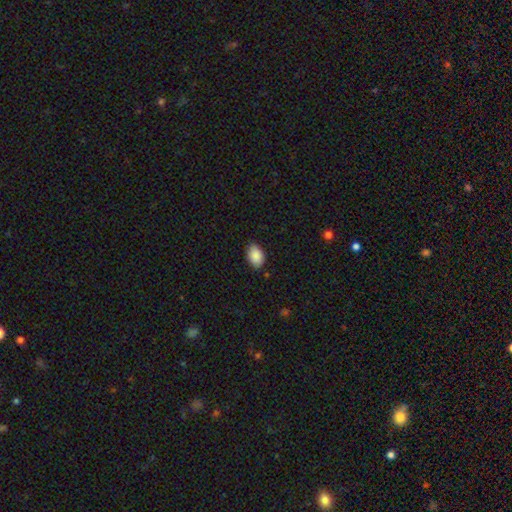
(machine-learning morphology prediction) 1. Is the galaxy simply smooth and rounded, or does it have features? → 89% smooth, 7% star or artifact, 4% featured or disk.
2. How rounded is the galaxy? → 88% in between, 11% round, 1% cigar-shaped.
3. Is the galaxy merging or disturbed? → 83% none, 13% minor disturbance, 2% major disturbance, 1% merger.